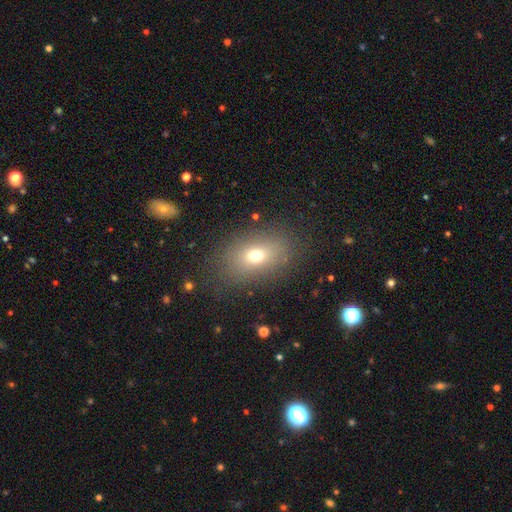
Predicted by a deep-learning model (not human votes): Smooth or featured? Predicted: smooth (p=0.69). How rounded? Predicted: in between (p=0.76). Merging? Predicted: none (p=0.82).